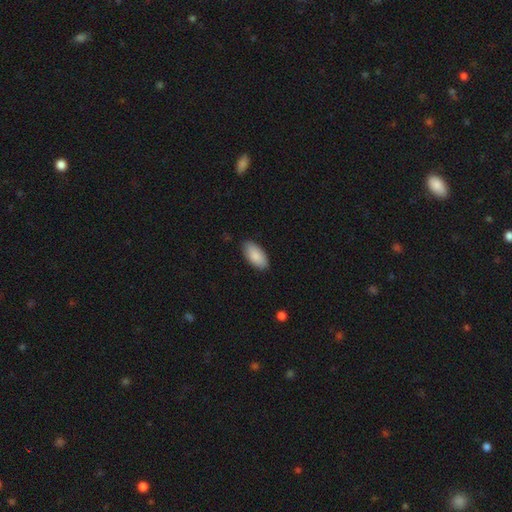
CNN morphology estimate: This appears to be a smooth galaxy with no disk features (89%) that is in between round and cigar-shaped (94%). Merging: none (85%).